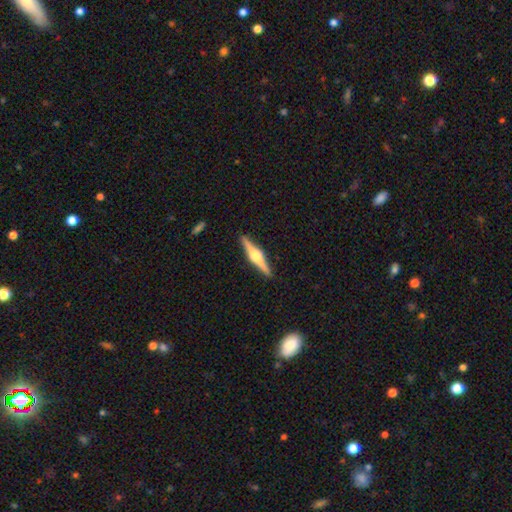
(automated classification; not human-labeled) featured or disk 79%, smooth 16%, star or artifact 5%. Down the decision tree: edge-on disk — yes (98%); edge-on bulge — rounded (94%); merging — none (91%).